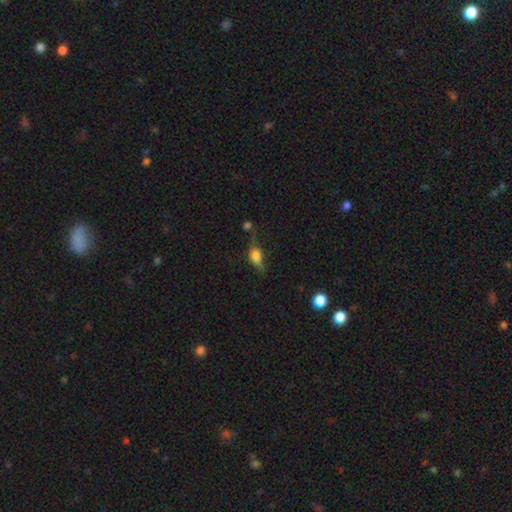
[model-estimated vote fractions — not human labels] smooth-or-featured: smooth: 56% | featured or disk: 30% | star or artifact: 14%
  how-rounded: in between: 62% | round: 28% | cigar-shaped: 10%
  merging: none: 38% | minor disturbance: 28% | major disturbance: 25% | merger: 8%